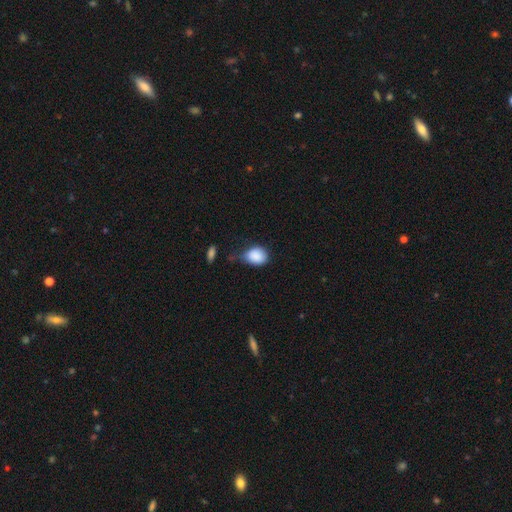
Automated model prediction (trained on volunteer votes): smooth_or_featured: smooth (p=0.87) [alt: star or artifact p=0.08]
how_rounded: in between (p=0.56) [alt: round p=0.43]
merging: none (p=0.44) [alt: minor disturbance p=0.39]